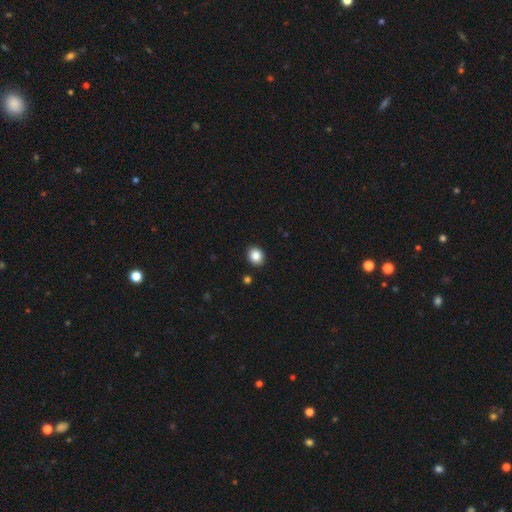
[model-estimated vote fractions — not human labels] The model was most divided on "how rounded": round: 60%, in between: 39%, cigar-shaped: 1%. More confident: merging — none (90%); smooth or featured — smooth (86%).